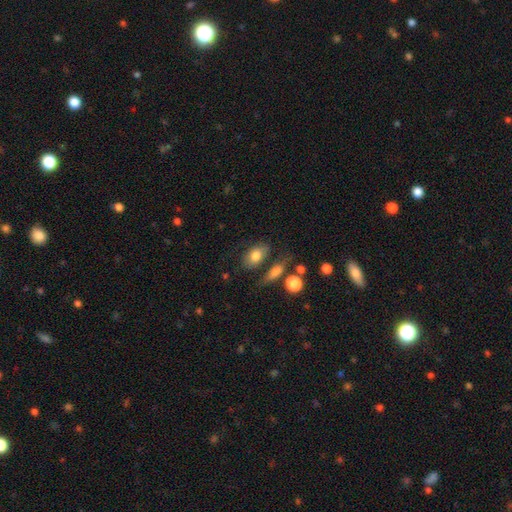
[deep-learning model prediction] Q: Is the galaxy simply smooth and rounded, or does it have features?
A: smooth — 77%.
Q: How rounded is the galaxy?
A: in between — 85%.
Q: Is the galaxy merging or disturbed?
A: none — 64%.